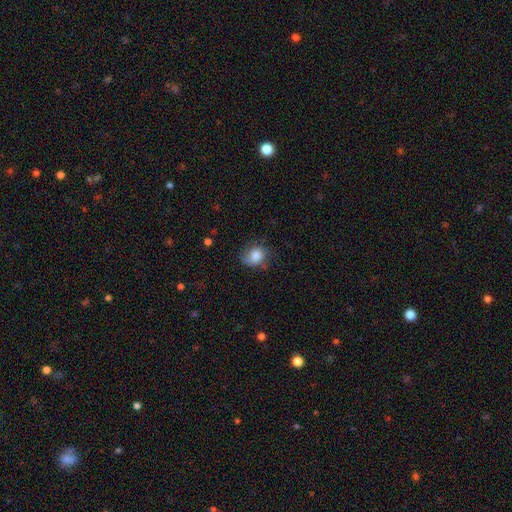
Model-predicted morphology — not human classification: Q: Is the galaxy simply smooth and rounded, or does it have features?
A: smooth — 78%.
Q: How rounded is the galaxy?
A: round — 56%.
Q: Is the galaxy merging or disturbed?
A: none — 56%.